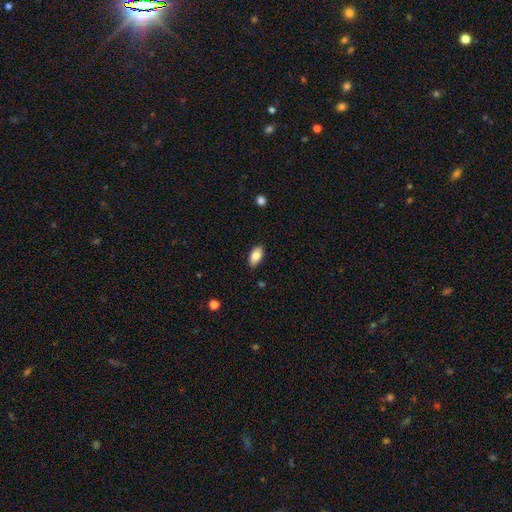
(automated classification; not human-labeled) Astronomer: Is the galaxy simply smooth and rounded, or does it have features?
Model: smooth — 84%.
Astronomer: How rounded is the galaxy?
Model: in between — 93%.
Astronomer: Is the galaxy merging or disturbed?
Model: none — 87%.